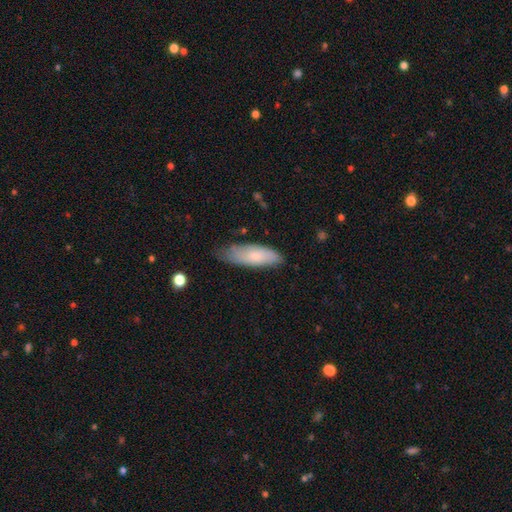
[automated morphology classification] A smooth galaxy with no disk features (73%) that is in between round and cigar-shaped (60%).

Vote fractions:
- Smooth or featured? smooth: 73% / featured or disk: 21% / star or artifact: 6%
- How rounded? in between: 60% / cigar-shaped: 39% / round: 2%
- Merging? none: 60% / minor disturbance: 32% / major disturbance: 6% / merger: 2%